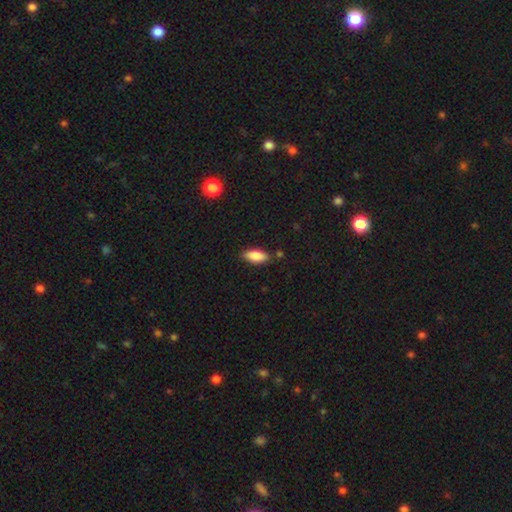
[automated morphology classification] Smooth or featured: smooth — 86% (featured or disk — 8%)
How rounded: in between — 83% (cigar-shaped — 15%)
Merging: none — 81% (minor disturbance — 13%)